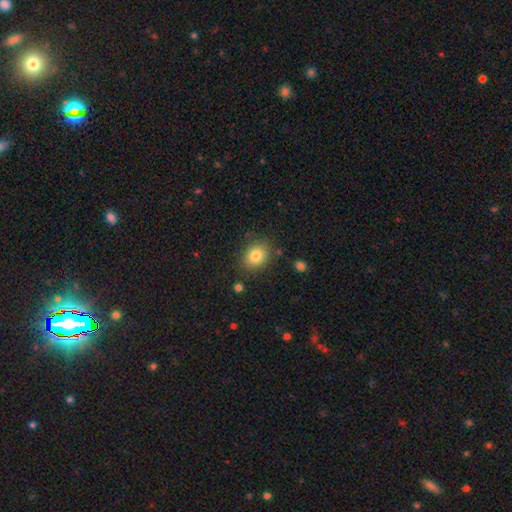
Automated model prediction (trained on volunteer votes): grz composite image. It shows a smooth galaxy with no disk features (82%) that is round (51%). Merging: none (81%).